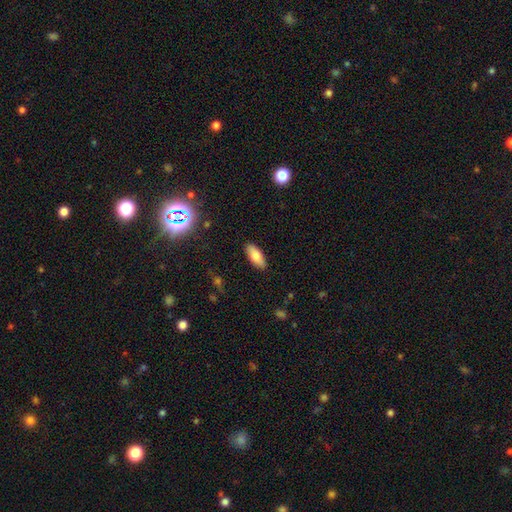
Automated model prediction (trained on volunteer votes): Morphology: type=smooth (78%); roundness=in between (80%); merging=none (88%).